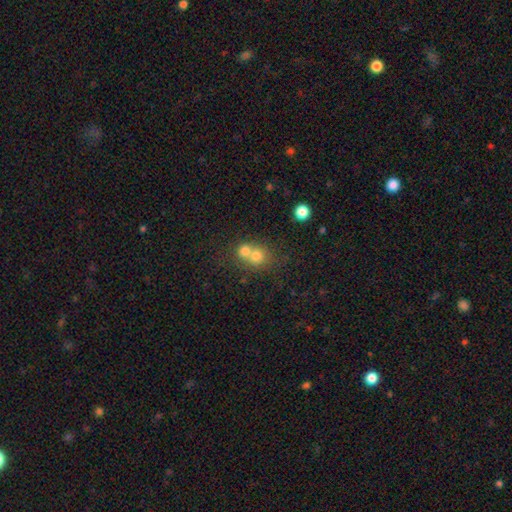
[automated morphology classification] Overall: smooth (70%). How rounded: round (79%). Merging: merger (60%; none 32%).